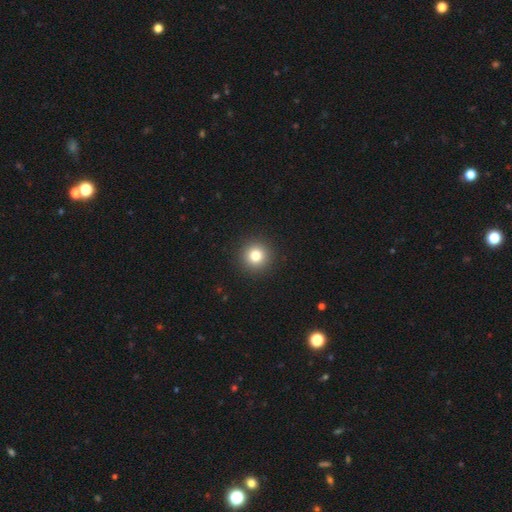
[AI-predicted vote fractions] Smooth or featured? Predicted: smooth (p=0.79). How rounded? Predicted: round (p=0.96). Merging? Predicted: none (p=0.94).